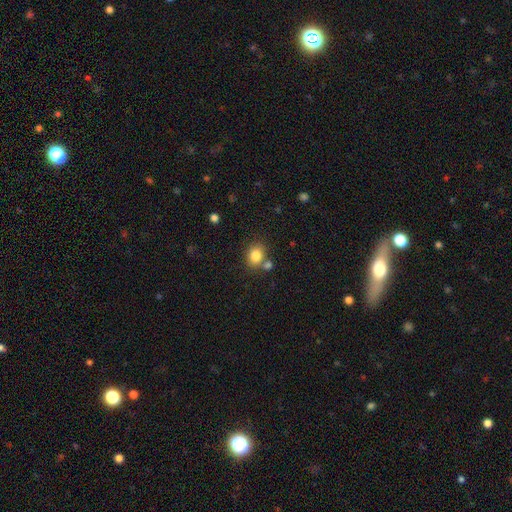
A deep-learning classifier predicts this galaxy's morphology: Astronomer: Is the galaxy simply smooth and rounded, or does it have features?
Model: smooth — 83%.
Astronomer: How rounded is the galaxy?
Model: round — 57% (runner-up: in between, 42%).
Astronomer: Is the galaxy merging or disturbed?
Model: none — 67%.